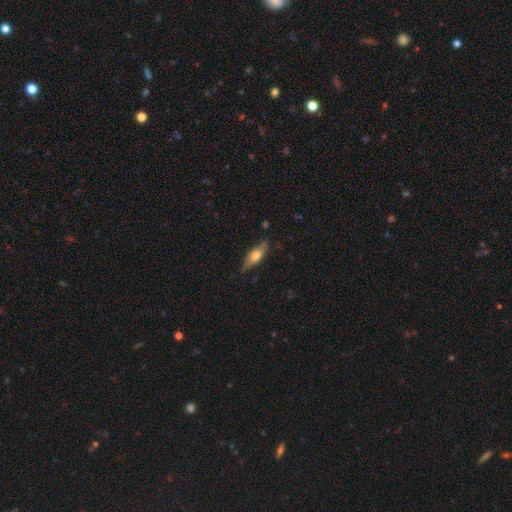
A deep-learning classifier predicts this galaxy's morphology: A smooth galaxy with no disk features (52%) that is cigar-shaped (54%). Merging: none (80%).